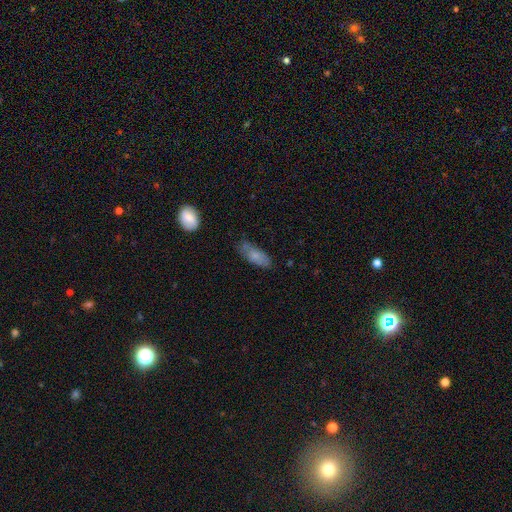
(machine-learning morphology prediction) The model was most divided on "merging": none: 63%, minor disturbance: 28%, major disturbance: 6%, merger: 3%. More confident: smooth or featured — smooth (75%); how rounded — in between (73%).